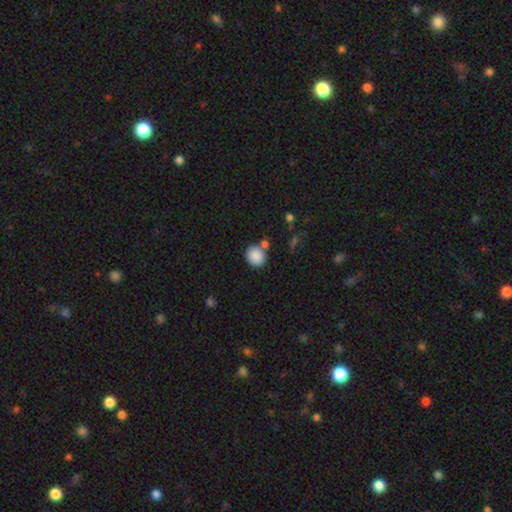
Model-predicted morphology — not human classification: A smooth galaxy with no disk features (87%) that is round (72%).

Vote fractions:
- Smooth or featured? smooth: 87% / star or artifact: 8% / featured or disk: 4%
- How rounded? round: 72% / in between: 27% / cigar-shaped: 1%
- Merging? none: 73% / merger: 14% / minor disturbance: 11% / major disturbance: 3%